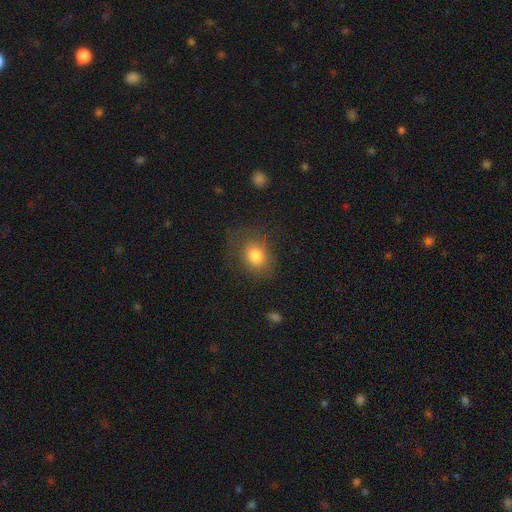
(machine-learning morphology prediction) smooth-or-featured: smooth: 78% | featured or disk: 12% | star or artifact: 10%
  how-rounded: in between: 51% | round: 48% | cigar-shaped: 1%
  merging: none: 65% | minor disturbance: 20% | major disturbance: 13% | merger: 2%